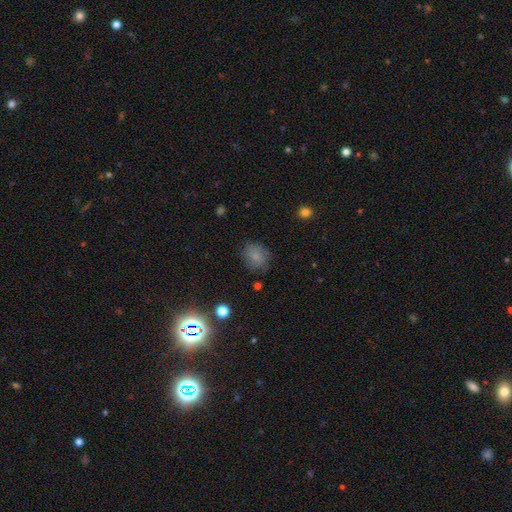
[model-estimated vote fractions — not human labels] smooth 76%, featured or disk 12%, star or artifact 12%. Down the decision tree: how rounded — round (67%); merging — none (75%).